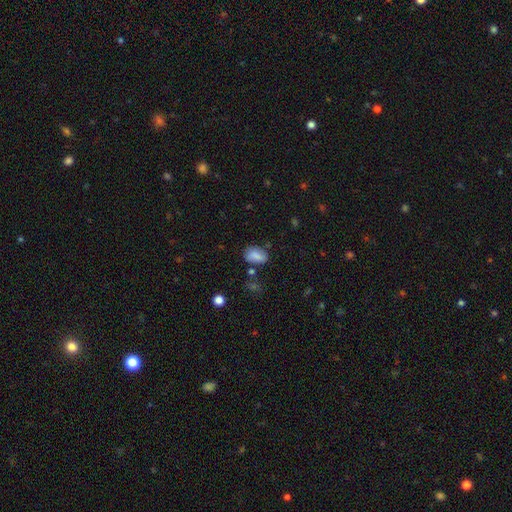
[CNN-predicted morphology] Smooth or featured? smooth (81%)
How rounded? in between (85%)
Merging? none (64%)